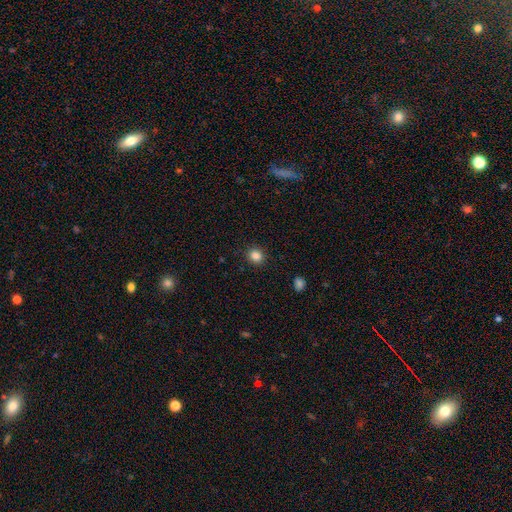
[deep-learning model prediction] A smooth galaxy with no disk features (86%) that is round (77%). Merging: none (90%).